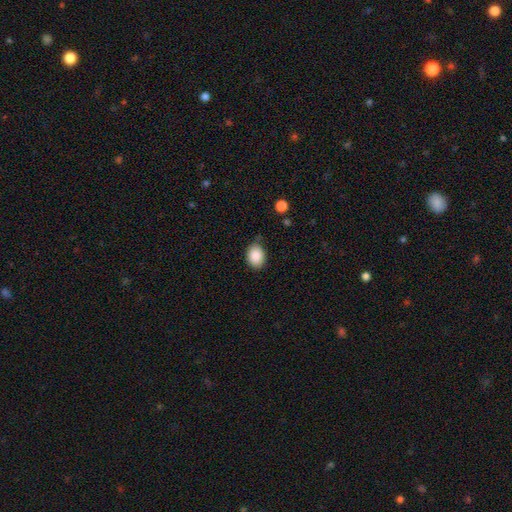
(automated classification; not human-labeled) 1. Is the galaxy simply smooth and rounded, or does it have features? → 88% smooth, 8% star or artifact, 4% featured or disk.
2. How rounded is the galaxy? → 63% in between, 36% round, 1% cigar-shaped.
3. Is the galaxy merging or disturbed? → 78% none, 16% minor disturbance, 3% major disturbance, 2% merger.